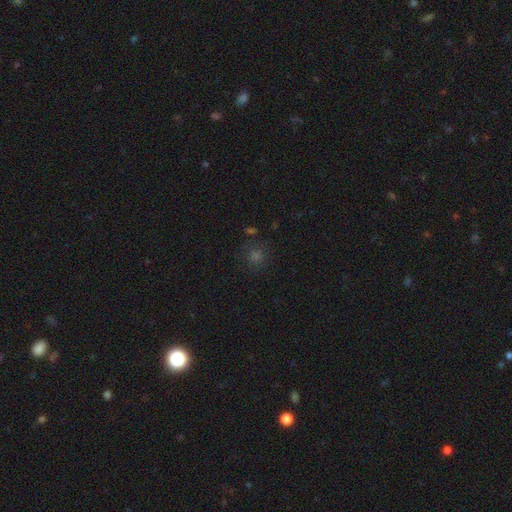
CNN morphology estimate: Overall: smooth (55%; star or artifact 36%). How rounded: round (92%). Merging: none (84%).